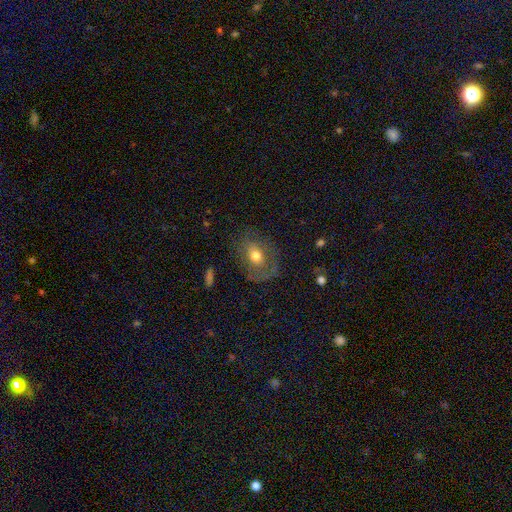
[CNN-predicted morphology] type=smooth (51%); roundness=in between (62%); merging=none (62%).